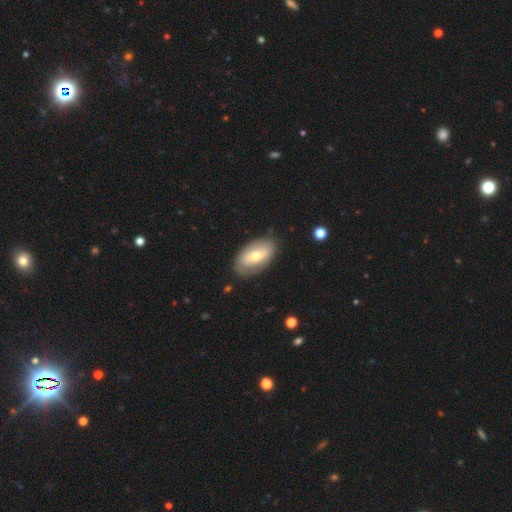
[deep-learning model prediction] Smooth or featured?
  - smooth: 50% *
  - featured or disk: 44%
  - star or artifact: 6%
How rounded?
  - in between: 92% *
  - round: 5%
  - cigar-shaped: 3%
Merging?
  - none: 81% *
  - minor disturbance: 14%
  - major disturbance: 4%
  - merger: 1%